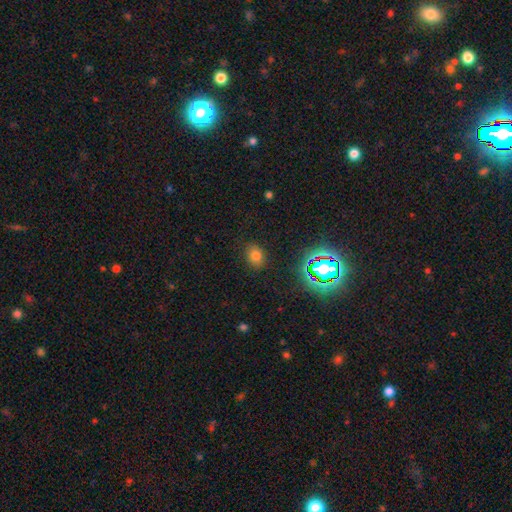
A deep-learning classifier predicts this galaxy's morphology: smooth 72%, star or artifact 21%, featured or disk 7%. Down the decision tree: how rounded — in between (62%); merging — none (82%).